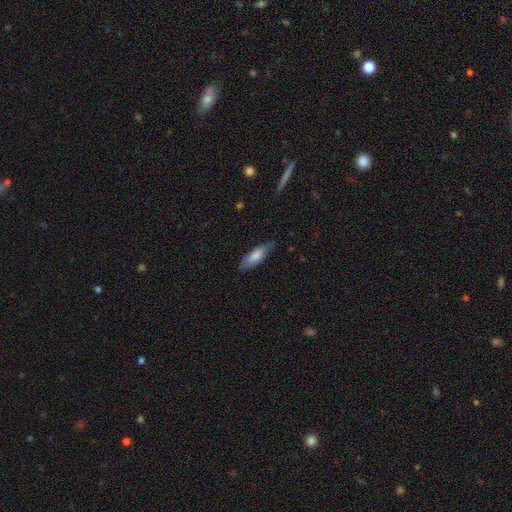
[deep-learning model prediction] Smooth or featured? Predicted: smooth (p=0.75). How rounded? Predicted: in between (p=0.56). Merging? Predicted: none (p=0.70).